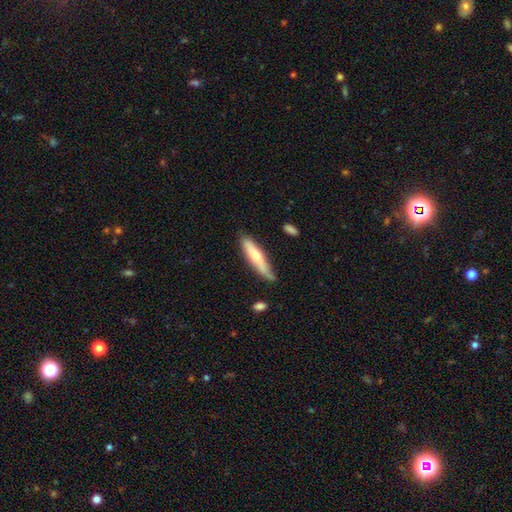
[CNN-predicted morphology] smooth-or-featured: smooth: 59% | featured or disk: 36% | star or artifact: 5%
  how-rounded: cigar-shaped: 82% | in between: 16% | round: 2%
  merging: none: 68% | minor disturbance: 25% | major disturbance: 4% | merger: 3%